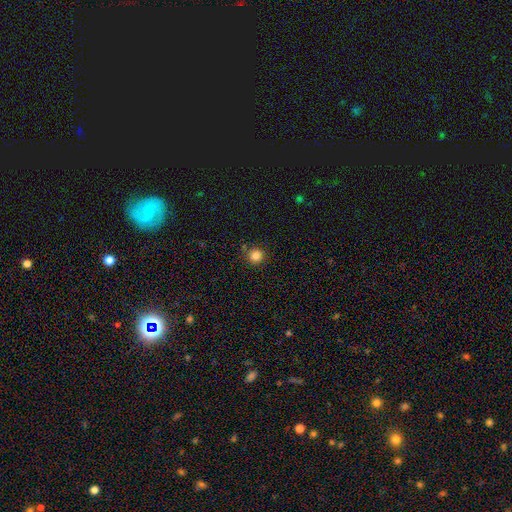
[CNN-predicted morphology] A smooth galaxy with no disk features (84%) that is round (95%). Merging: none (86%).